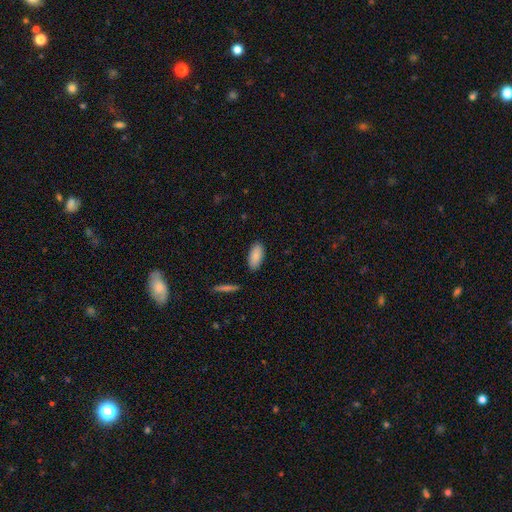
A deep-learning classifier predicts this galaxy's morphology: A smooth galaxy with no disk features (86%) that is in between round and cigar-shaped (89%). Merging: none (86%).